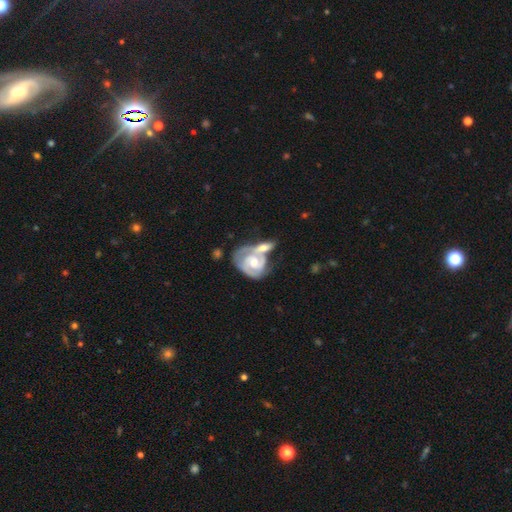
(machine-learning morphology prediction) smooth_or_featured: featured or disk (p=0.75) [alt: smooth p=0.19]
disk_edge_on: no (p=0.96) [alt: yes p=0.04]
bar: no (p=0.64) [alt: weak p=0.27]
has_spiral_arms: yes (p=0.75) [alt: no p=0.25]
spiral_winding: tight (p=0.65) [alt: medium p=0.26]
spiral_arm_count: 2 (p=0.44) [alt: can't tell p=0.31]
bulge_size: moderate (p=0.69) [alt: small p=0.22]
merging: merger (p=0.54) [alt: none p=0.24]